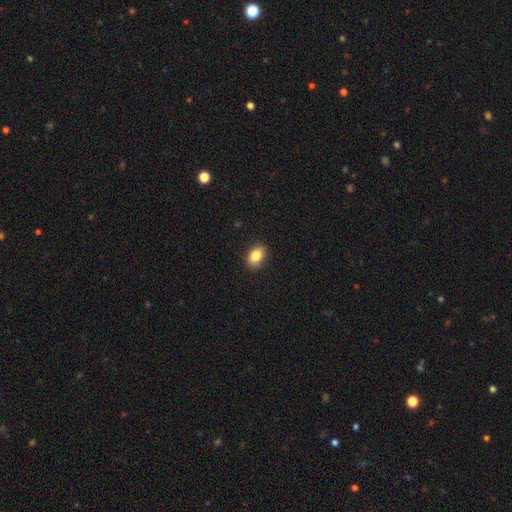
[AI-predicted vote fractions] A smooth galaxy with no disk features (84%) that is in between round and cigar-shaped (78%).

Vote fractions:
- Smooth or featured? smooth: 84% / star or artifact: 9% / featured or disk: 7%
- How rounded? in between: 78% / round: 21% / cigar-shaped: 1%
- Merging? none: 88% / minor disturbance: 9% / major disturbance: 2% / merger: 1%